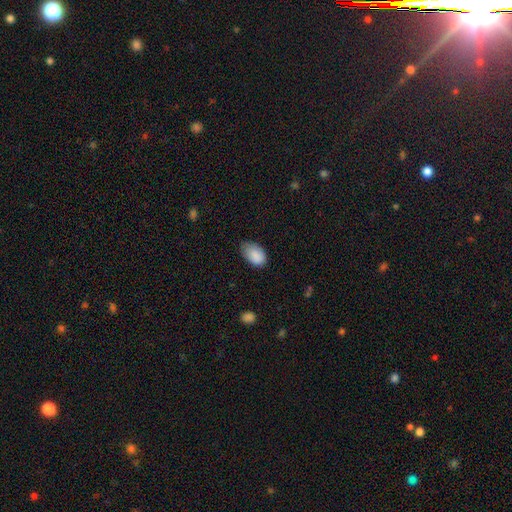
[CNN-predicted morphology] A smooth galaxy with no disk features (89%) that is in between round and cigar-shaped (92%). Merging: none (61%).